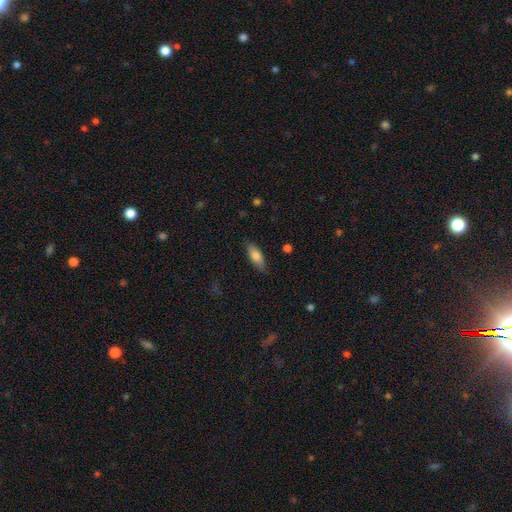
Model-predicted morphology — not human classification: smooth-or-featured: smooth: 76% | featured or disk: 17% | star or artifact: 6%
  how-rounded: in between: 67% | cigar-shaped: 31% | round: 2%
  merging: none: 85% | minor disturbance: 12% | major disturbance: 2% | merger: 1%